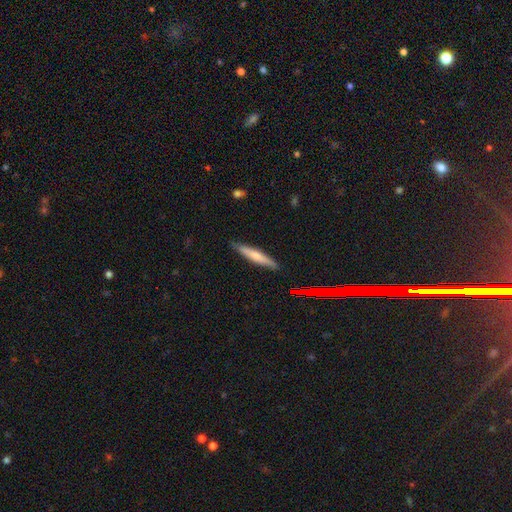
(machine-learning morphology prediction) Smooth or featured: smooth — 62% (featured or disk — 31%)
How rounded: cigar-shaped — 91% (in between — 7%)
Merging: none — 86% (minor disturbance — 11%)